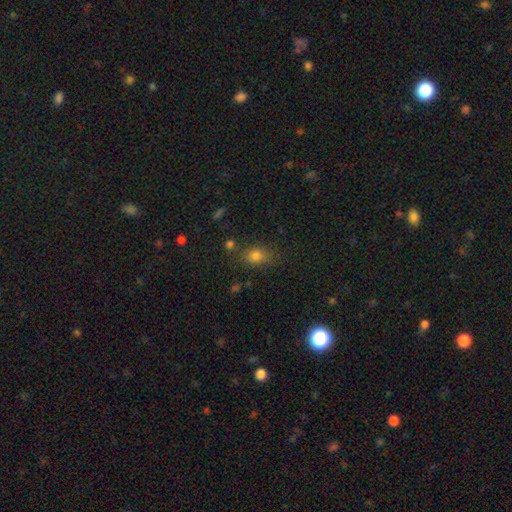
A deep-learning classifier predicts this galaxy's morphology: Q: Smooth or featured?
A: smooth (76%); runner-up: star or artifact (16%)
Q: How rounded?
A: in between (62%); runner-up: round (36%)
Q: Merging?
A: none (75%); runner-up: minor disturbance (15%)